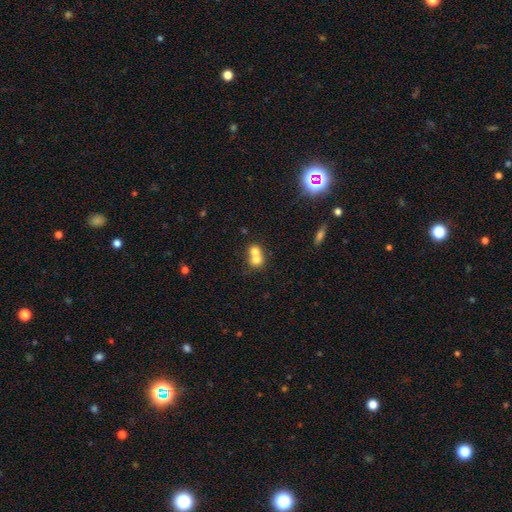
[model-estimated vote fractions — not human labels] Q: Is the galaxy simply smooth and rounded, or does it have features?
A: smooth — 72%.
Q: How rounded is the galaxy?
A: round — 70%.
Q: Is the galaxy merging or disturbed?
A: merger — 71%.